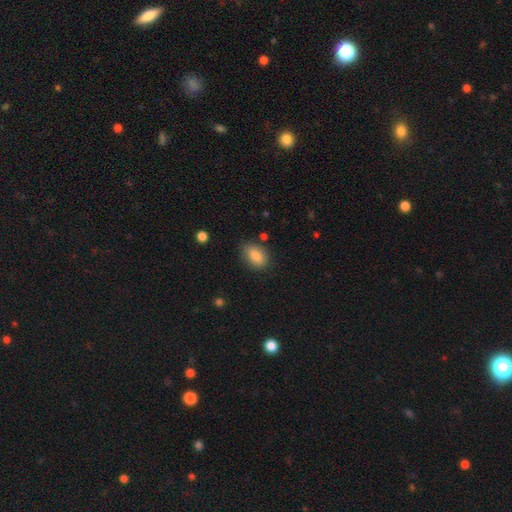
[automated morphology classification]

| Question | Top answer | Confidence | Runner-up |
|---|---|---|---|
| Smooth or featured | smooth | 85% | star or artifact (8%) |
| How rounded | in between | 85% | round (12%) |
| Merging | none | 79% | minor disturbance (15%) |